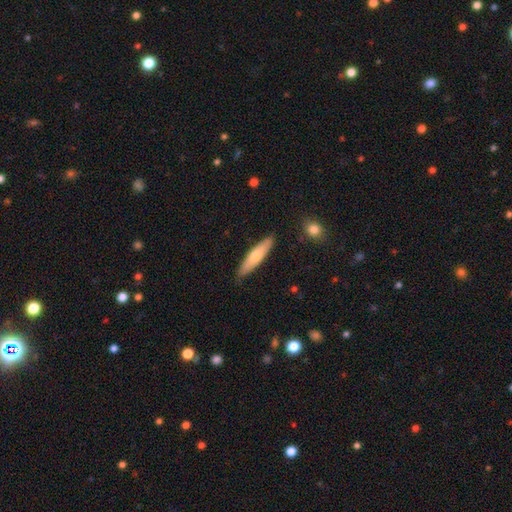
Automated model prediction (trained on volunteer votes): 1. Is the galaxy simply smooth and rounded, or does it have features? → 64% smooth, 31% featured or disk, 5% star or artifact.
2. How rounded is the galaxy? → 77% cigar-shaped, 21% in between, 2% round.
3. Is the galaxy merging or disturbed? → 87% none, 10% minor disturbance, 2% major disturbance, 1% merger.